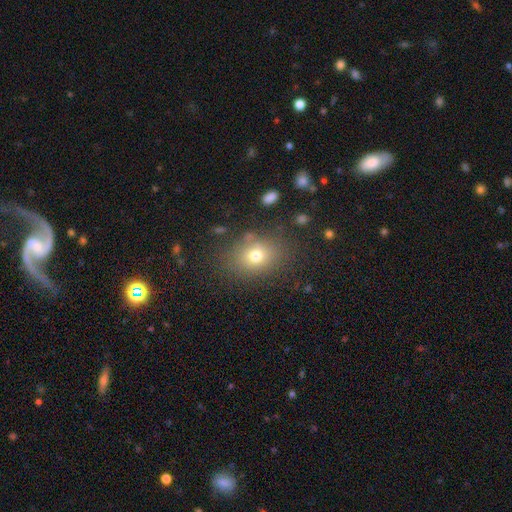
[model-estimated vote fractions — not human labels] smooth_or_featured: smooth (p=0.71) [alt: star or artifact p=0.16]
how_rounded: in between (p=0.54) [alt: round p=0.45]
merging: none (p=0.77) [alt: minor disturbance p=0.13]